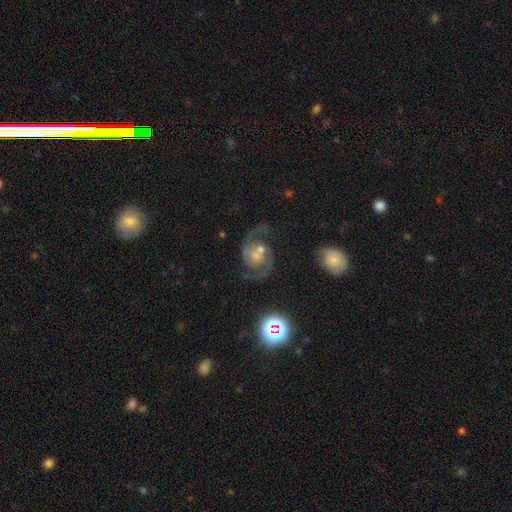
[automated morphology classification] Smooth or featured? Predicted: featured or disk (p=0.86). Edge-on disk? Predicted: no (p=0.98). Bar? Predicted: no (p=0.54). Spiral arms? Predicted: yes (p=0.98). Spiral winding? Predicted: medium (p=0.59). Spiral arm count? Predicted: 2 (p=0.92). Bulge size? Predicted: small (p=0.52). Merging? Predicted: none (p=0.63).